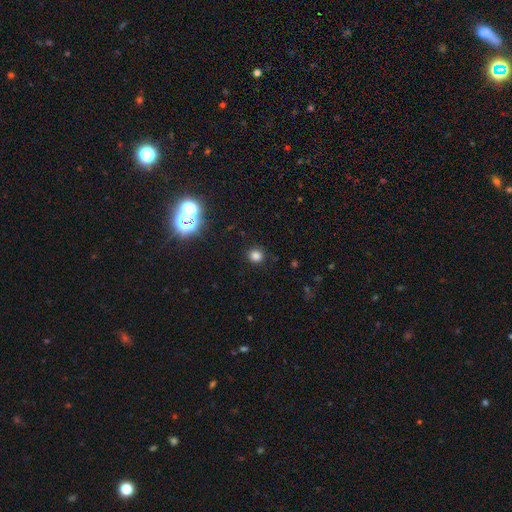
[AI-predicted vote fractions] Smooth or featured: smooth — 78% (star or artifact — 17%)
How rounded: round — 87% (in between — 12%)
Merging: none — 88% (minor disturbance — 7%)